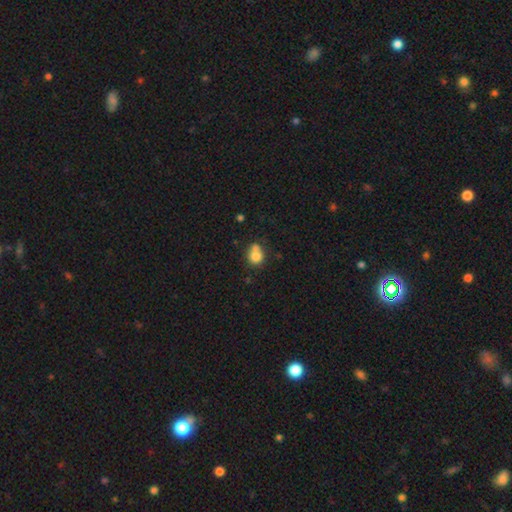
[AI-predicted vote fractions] This is likely a smooth galaxy (77%). How rounded: likely round (73%). Merging: marginally merger (41%).